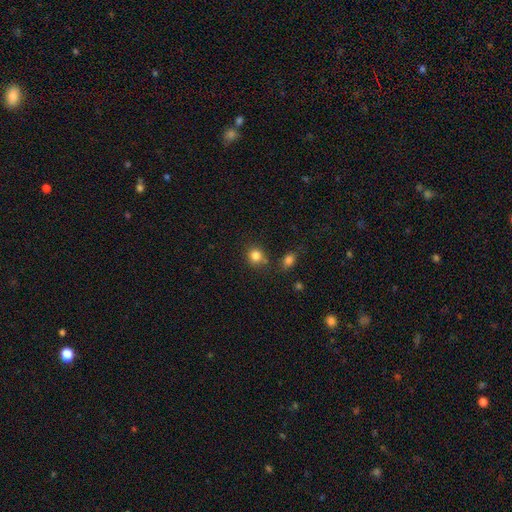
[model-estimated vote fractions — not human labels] Q: Smooth or featured?
A: smooth (83%); runner-up: star or artifact (12%)
Q: How rounded?
A: round (82%); runner-up: in between (18%)
Q: Merging?
A: none (71%); runner-up: minor disturbance (13%)